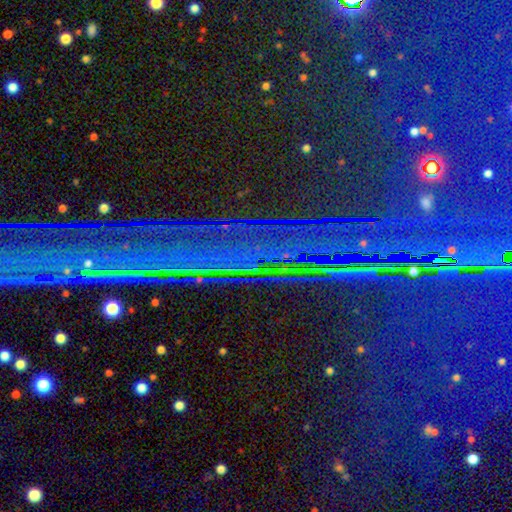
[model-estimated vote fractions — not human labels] Overall: star or artifact (85%).